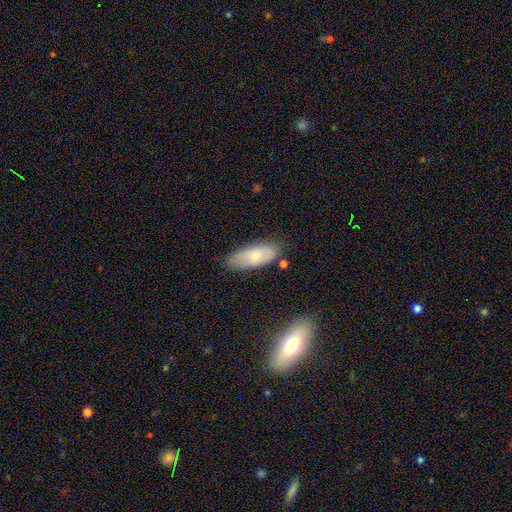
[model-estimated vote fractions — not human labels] Smooth or featured?
  - smooth: 72% *
  - featured or disk: 21%
  - star or artifact: 7%
How rounded?
  - in between: 81% *
  - cigar-shaped: 17%
  - round: 2%
Merging?
  - none: 76% *
  - minor disturbance: 18%
  - major disturbance: 3%
  - merger: 3%